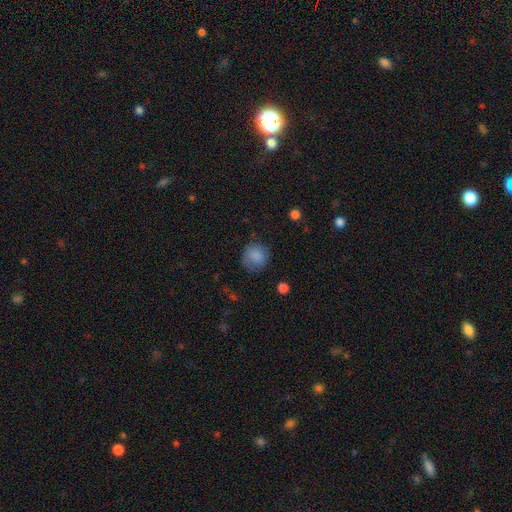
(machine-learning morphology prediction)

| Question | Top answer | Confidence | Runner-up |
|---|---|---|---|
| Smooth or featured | smooth | 84% | star or artifact (8%) |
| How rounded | round | 86% | in between (13%) |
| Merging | none | 73% | minor disturbance (20%) |